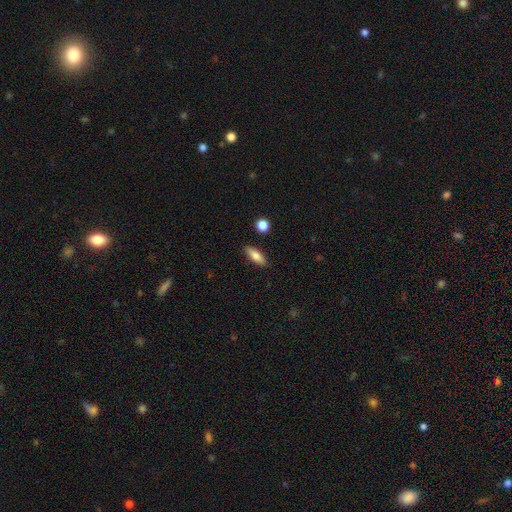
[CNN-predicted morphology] This is likely a smooth galaxy (79%). How rounded: likely in between (64%). Merging: clearly none (86%).